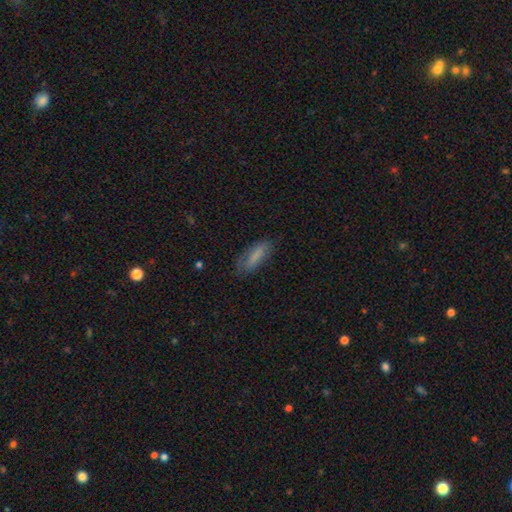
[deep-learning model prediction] Q: Smooth or featured?
A: smooth (74%); runner-up: featured or disk (18%)
Q: How rounded?
A: in between (58%); runner-up: cigar-shaped (40%)
Q: Merging?
A: none (73%); runner-up: minor disturbance (19%)